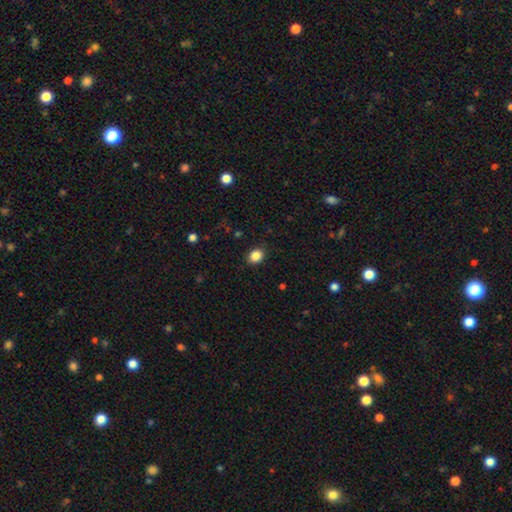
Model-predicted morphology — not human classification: A smooth galaxy with no disk features (86%) that is round (56%). Merging: none (89%).